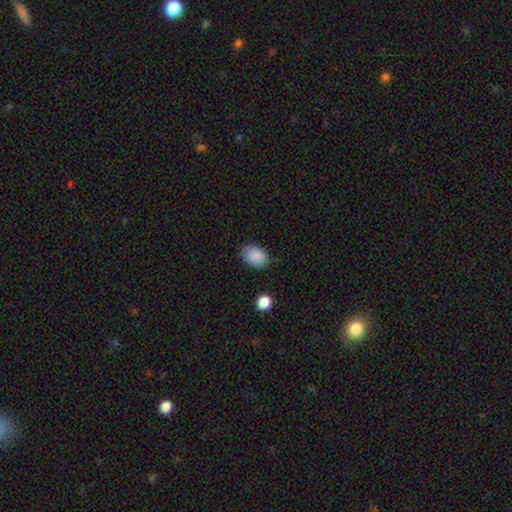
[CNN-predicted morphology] A smooth galaxy with no disk features (88%) that is in between round and cigar-shaped (80%). Merging: none (80%).